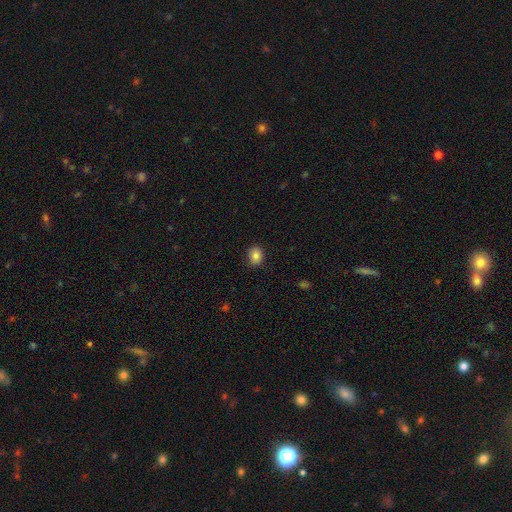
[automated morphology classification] type=smooth (85%); roundness=round (55%); merging=none (88%).